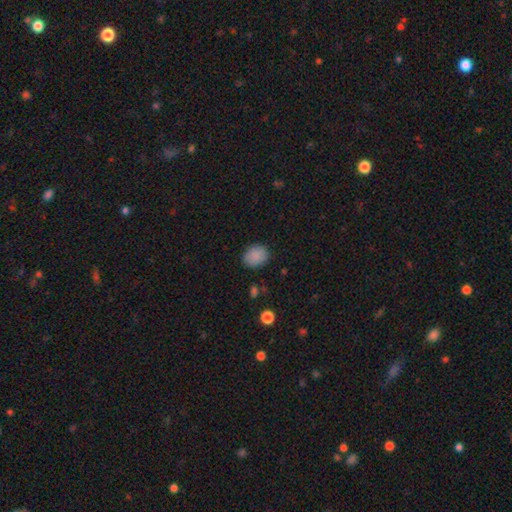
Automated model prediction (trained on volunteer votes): Q: Smooth or featured?
A: smooth (87%); runner-up: star or artifact (9%)
Q: How rounded?
A: round (50%); runner-up: in between (49%)
Q: Merging?
A: none (83%); runner-up: minor disturbance (12%)